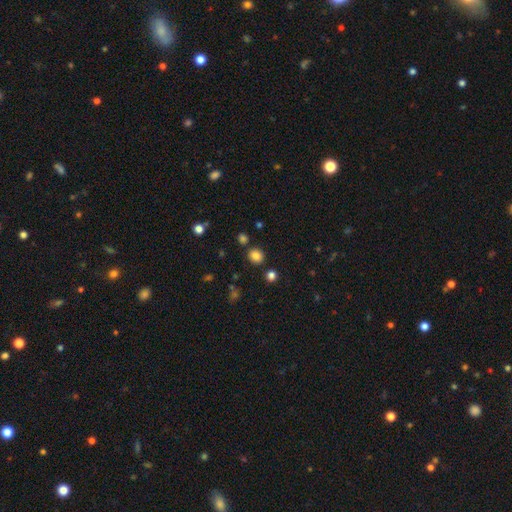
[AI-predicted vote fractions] Smooth or featured? smooth (83%)
How rounded? round (77%)
Merging? none (85%)